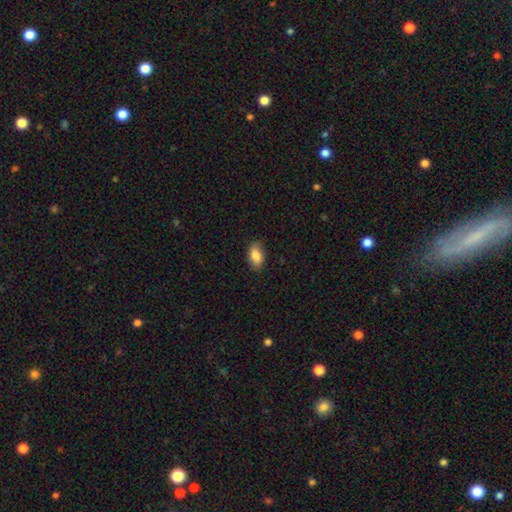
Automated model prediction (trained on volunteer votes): Smooth or featured? smooth (85%)
How rounded? in between (90%)
Merging? none (83%)